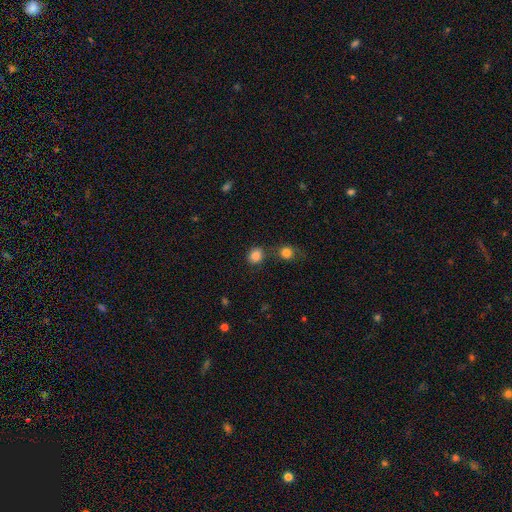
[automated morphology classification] A smooth galaxy with no disk features (84%) that is round (75%). Merging: none (70%).